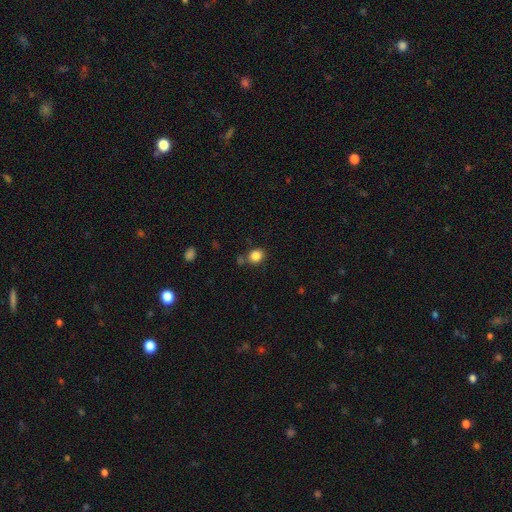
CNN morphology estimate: Overall: smooth (84%). How rounded: round (66%; in between 33%). Merging: none (72%).